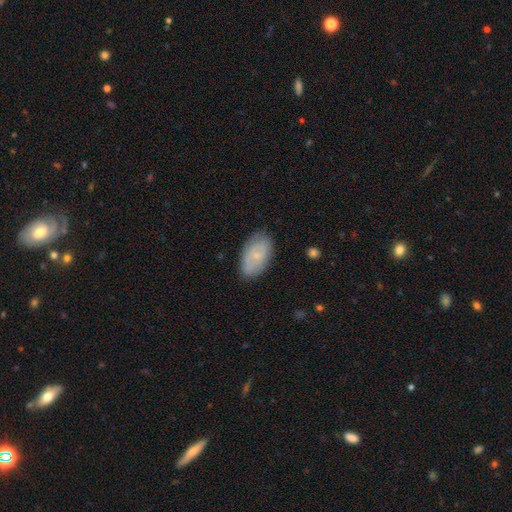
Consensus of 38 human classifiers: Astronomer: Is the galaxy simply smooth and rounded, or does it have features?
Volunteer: smooth — 61% (runner-up: featured or disk, 39%).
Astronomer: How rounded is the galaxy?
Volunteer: in between — 91%.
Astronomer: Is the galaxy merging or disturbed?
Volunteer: none — 68%.